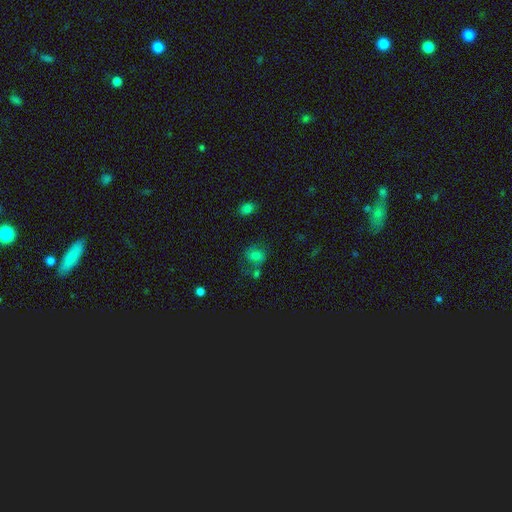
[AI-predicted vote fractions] A smooth galaxy with no disk features (60%) that is round (58%).

Vote fractions:
- Smooth or featured? smooth: 60% / featured or disk: 24% / star or artifact: 16%
- How rounded? round: 58% / in between: 41% / cigar-shaped: 1%
- Merging? none: 49% / minor disturbance: 19% / merger: 18% / major disturbance: 13%